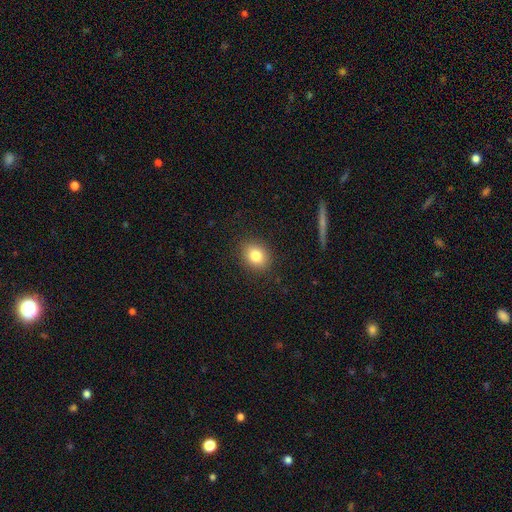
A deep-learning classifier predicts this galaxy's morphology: Smooth or featured?
  - smooth: 81% *
  - star or artifact: 10%
  - featured or disk: 9%
How rounded?
  - round: 53% *
  - in between: 46%
  - cigar-shaped: 1%
Merging?
  - none: 88% *
  - minor disturbance: 8%
  - major disturbance: 3%
  - merger: 1%